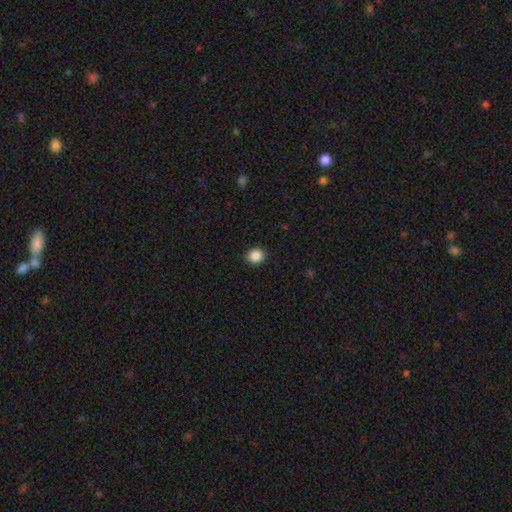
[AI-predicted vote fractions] Smooth or featured?
  - smooth: 87% *
  - star or artifact: 10%
  - featured or disk: 3%
How rounded?
  - round: 81% *
  - in between: 18%
  - cigar-shaped: 1%
Merging?
  - none: 90% *
  - minor disturbance: 7%
  - major disturbance: 2%
  - merger: 1%